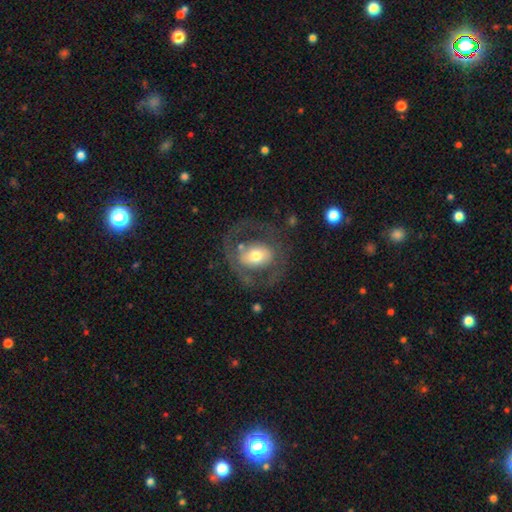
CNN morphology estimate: smooth-or-featured: featured or disk: 60% | smooth: 34% | star or artifact: 6%
  disk-edge-on: no: 95% | yes: 5%
    bar: no: 53% | weak: 27% | strong: 20%
    has-spiral-arms: no: 61% | yes: 39%
    bulge-size: moderate: 62% | large: 18% | small: 17% | dominant: 2% | none: 1%
  merging: none: 63% | major disturbance: 19% | minor disturbance: 15% | merger: 2%